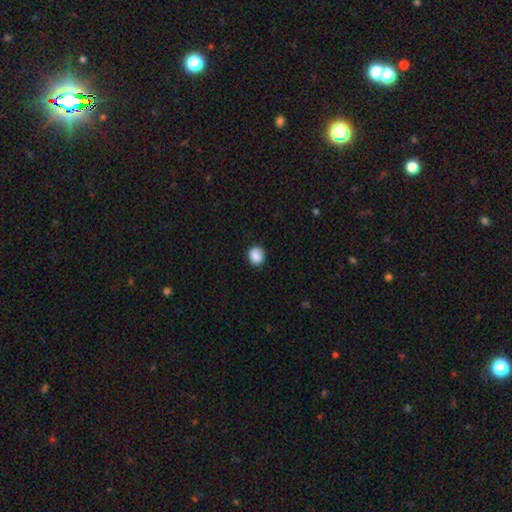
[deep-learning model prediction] Morphology: type=smooth (88%); roundness=round (80%); merging=none (88%).